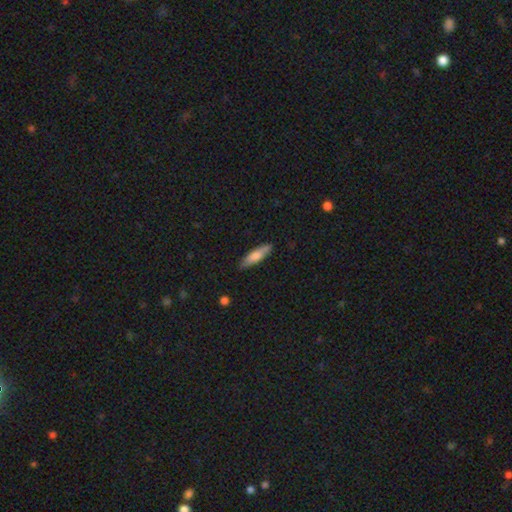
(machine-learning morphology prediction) Smooth or featured?
  - smooth: 74% *
  - featured or disk: 20%
  - star or artifact: 6%
How rounded?
  - cigar-shaped: 71% *
  - in between: 27%
  - round: 2%
Merging?
  - none: 85% *
  - minor disturbance: 11%
  - major disturbance: 2%
  - merger: 1%